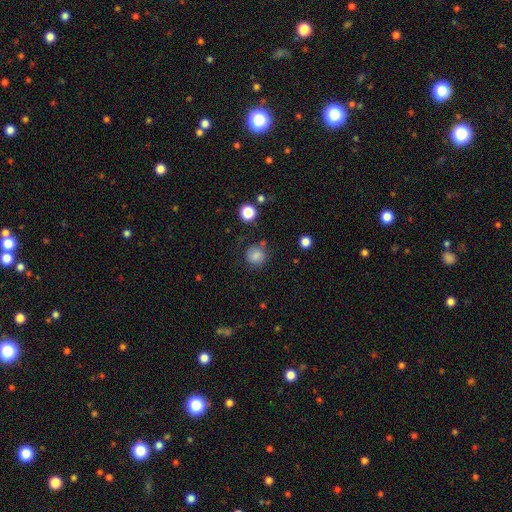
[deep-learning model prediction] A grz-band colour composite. It shows a smooth galaxy with no disk features (82%) that is round (86%). Merging: none (72%).